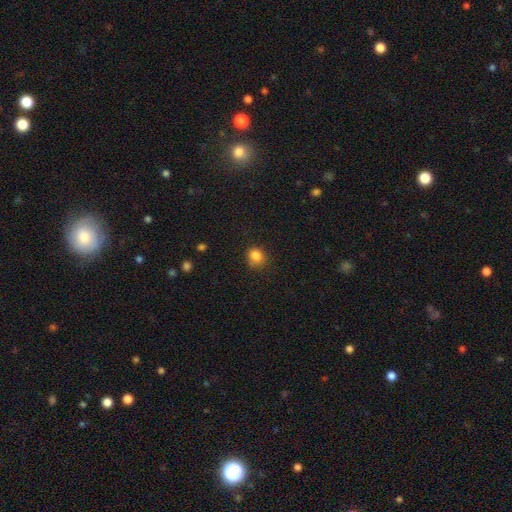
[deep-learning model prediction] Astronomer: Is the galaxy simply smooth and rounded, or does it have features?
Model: smooth — 84%.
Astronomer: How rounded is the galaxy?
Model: round — 76%.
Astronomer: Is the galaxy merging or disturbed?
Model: none — 74%.